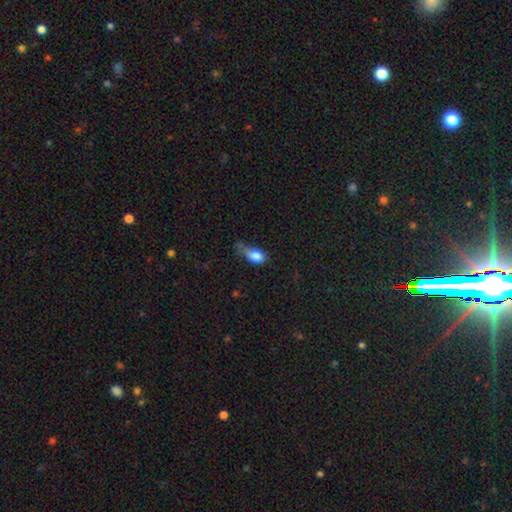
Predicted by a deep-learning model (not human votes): Smooth or featured? smooth (80%)
How rounded? in between (81%)
Merging? minor disturbance (37%)